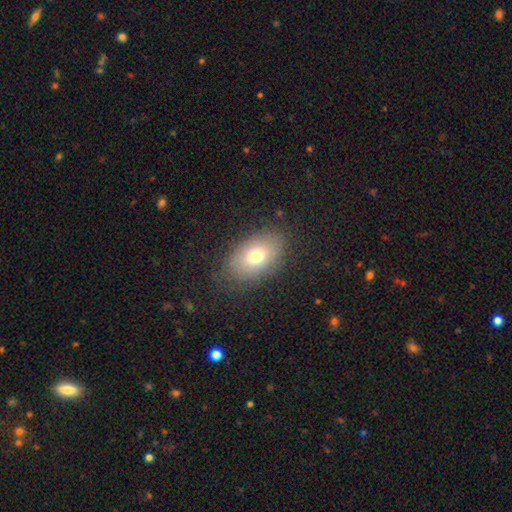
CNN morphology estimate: Smooth or featured? smooth (72%)
How rounded? in between (87%)
Merging? none (80%)